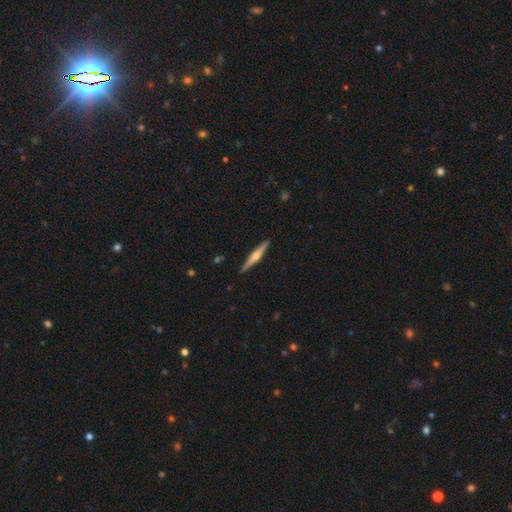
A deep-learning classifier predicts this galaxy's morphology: featured or disk 63%, smooth 32%, star or artifact 5%. Down the decision tree: edge-on disk — yes (98%); edge-on bulge — rounded (83%); merging — none (91%).